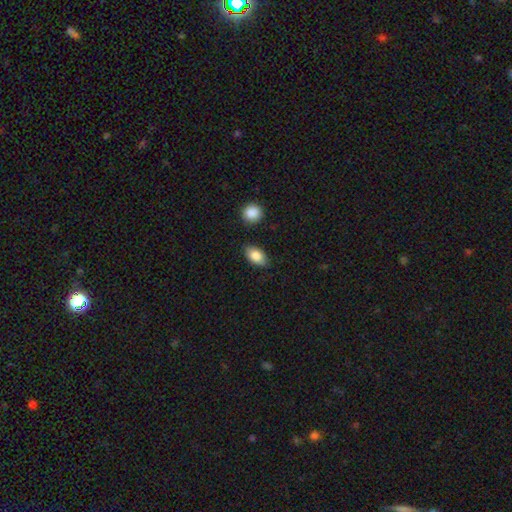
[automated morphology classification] Smooth or featured: smooth — 84% (featured or disk — 9%)
How rounded: in between — 91% (round — 7%)
Merging: none — 84% (minor disturbance — 11%)